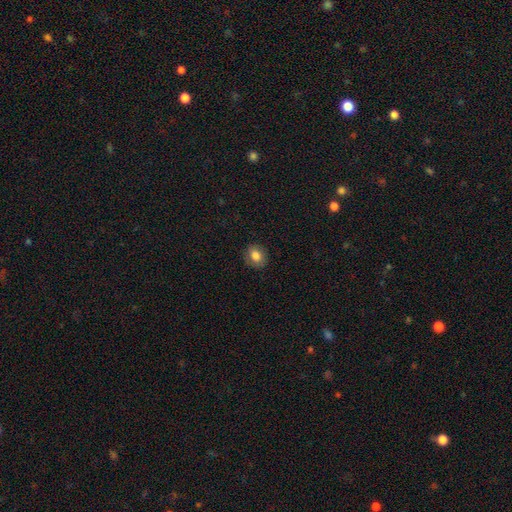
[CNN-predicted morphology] A smooth galaxy with no disk features (82%) that is round (52%). Merging: none (86%).